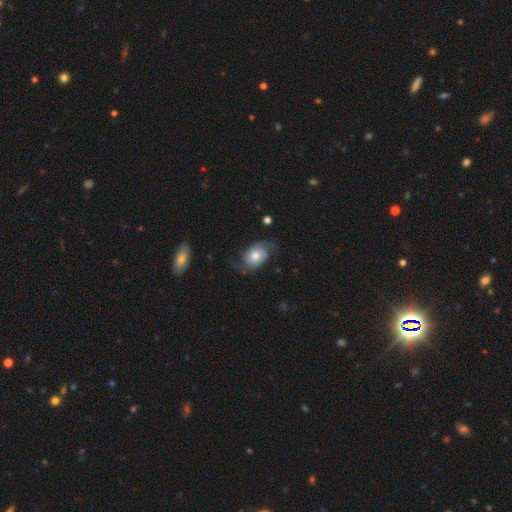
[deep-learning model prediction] Smooth or featured? smooth (50%)
How rounded? in between (68%)
Merging? none (55%)